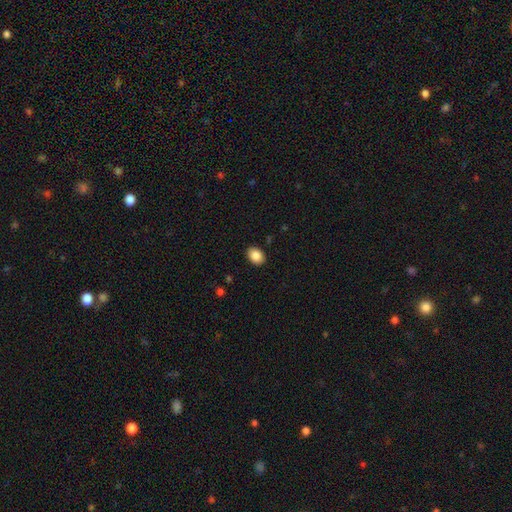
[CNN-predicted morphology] smooth-or-featured: smooth: 87% | star or artifact: 8% | featured or disk: 5%
  how-rounded: in between: 72% | round: 27% | cigar-shaped: 1%
  merging: none: 89% | minor disturbance: 8% | major disturbance: 2% | merger: 1%